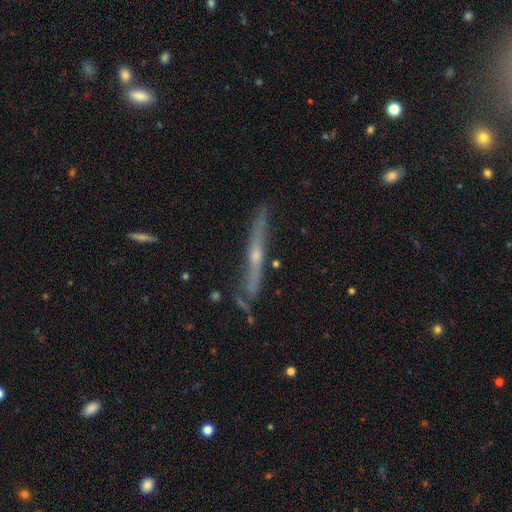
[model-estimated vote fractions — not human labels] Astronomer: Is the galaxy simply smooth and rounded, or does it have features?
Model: featured or disk — 75%.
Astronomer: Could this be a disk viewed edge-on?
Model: yes — 93%.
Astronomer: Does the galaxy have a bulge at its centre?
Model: rounded — 70%.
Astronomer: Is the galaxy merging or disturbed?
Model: none — 78%.